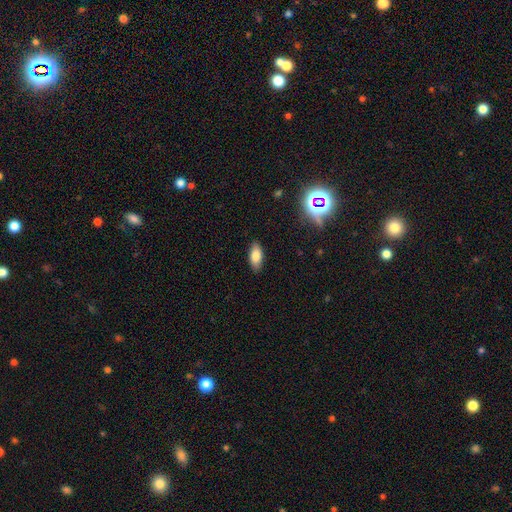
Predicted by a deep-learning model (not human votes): Overall: smooth (81%). How rounded: in between (86%). Merging: none (87%).